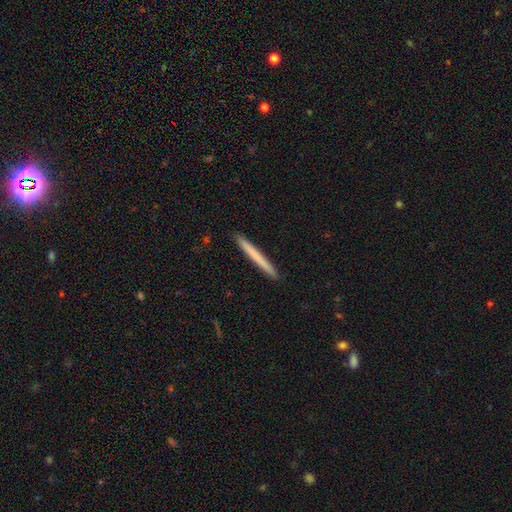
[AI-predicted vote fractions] Q: Smooth or featured?
A: smooth (67%); runner-up: featured or disk (28%)
Q: How rounded?
A: cigar-shaped (98%); runner-up: in between (1%)
Q: Merging?
A: none (93%); runner-up: minor disturbance (5%)